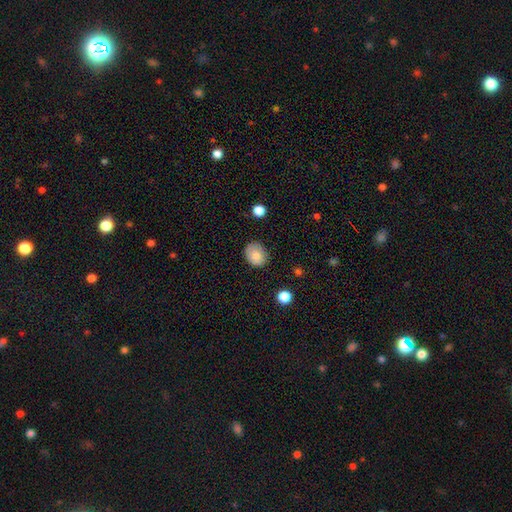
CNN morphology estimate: A smooth galaxy with no disk features (84%) that is round (55%). Merging: none (76%).